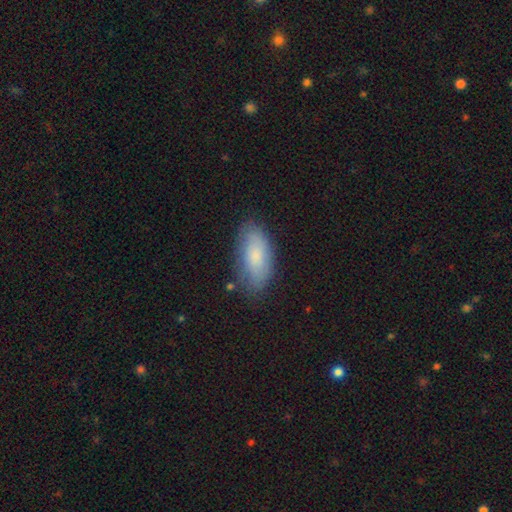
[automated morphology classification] Smooth or featured?
  - smooth: 75% *
  - featured or disk: 18%
  - star or artifact: 7%
How rounded?
  - in between: 90% *
  - cigar-shaped: 8%
  - round: 2%
Merging?
  - none: 76% *
  - minor disturbance: 18%
  - major disturbance: 4%
  - merger: 2%